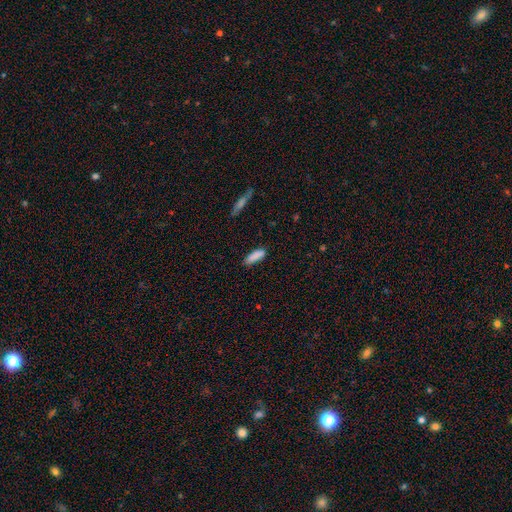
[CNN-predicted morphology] type=smooth (86%); roundness=in between (52%); merging=none (77%).